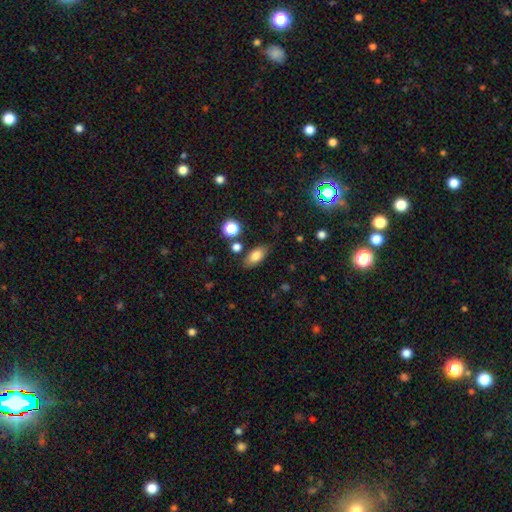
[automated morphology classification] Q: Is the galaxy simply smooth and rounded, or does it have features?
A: smooth — 79%.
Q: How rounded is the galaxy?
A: in between — 85%.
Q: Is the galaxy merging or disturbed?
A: none — 80%.